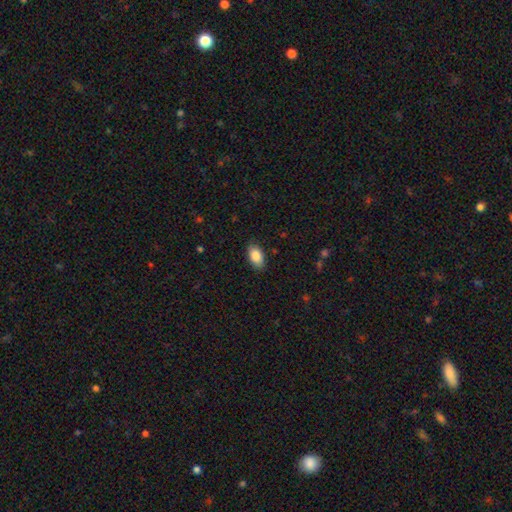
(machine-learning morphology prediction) This is clearly a smooth galaxy (87%). How rounded: clearly in between (93%). Merging: clearly none (85%).